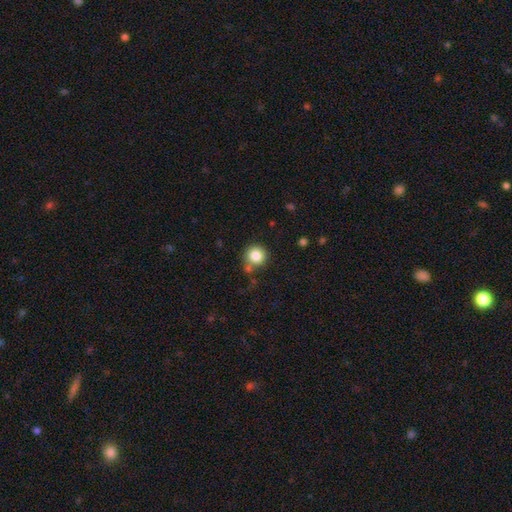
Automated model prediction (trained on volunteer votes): Smooth or featured? smooth (84%)
How rounded? round (94%)
Merging? none (76%)